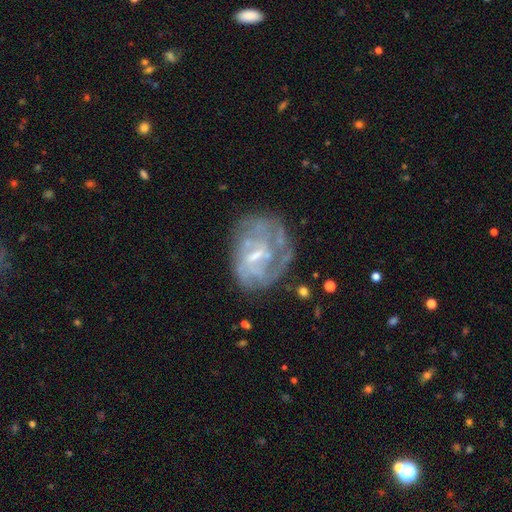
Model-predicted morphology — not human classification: This is likely a featured or disk galaxy (75%). It is clearly not viewed edge-on (97%). Bar: possibly weak (51%). Spiral arm pattern: likely yes (61%). Central bulge: possibly small (45%). Merging: possibly none (48%).